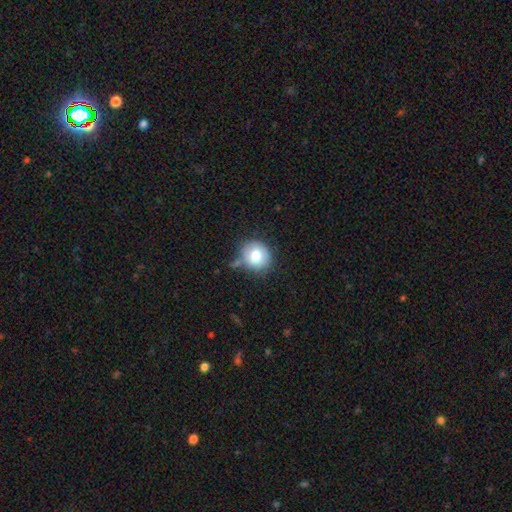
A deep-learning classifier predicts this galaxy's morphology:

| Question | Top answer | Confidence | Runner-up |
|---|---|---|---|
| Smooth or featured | smooth | 76% | featured or disk (15%) |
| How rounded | round | 86% | in between (13%) |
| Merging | none | 67% | minor disturbance (19%) |